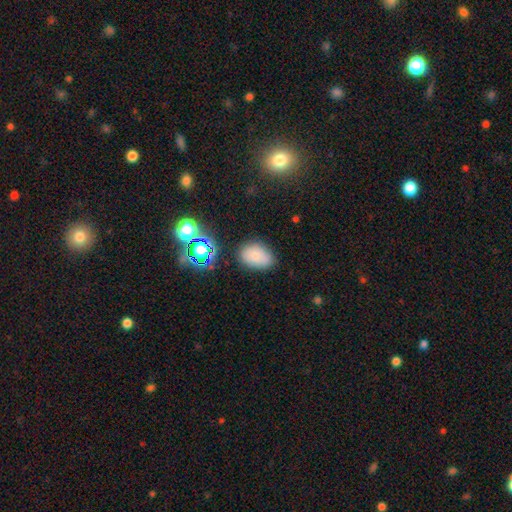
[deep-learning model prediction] A smooth galaxy with no disk features (76%) that is in between round and cigar-shaped (80%).

Vote fractions:
- Smooth or featured? smooth: 76% / star or artifact: 14% / featured or disk: 9%
- How rounded? in between: 80% / round: 19% / cigar-shaped: 1%
- Merging? none: 77% / minor disturbance: 16% / major disturbance: 4% / merger: 3%